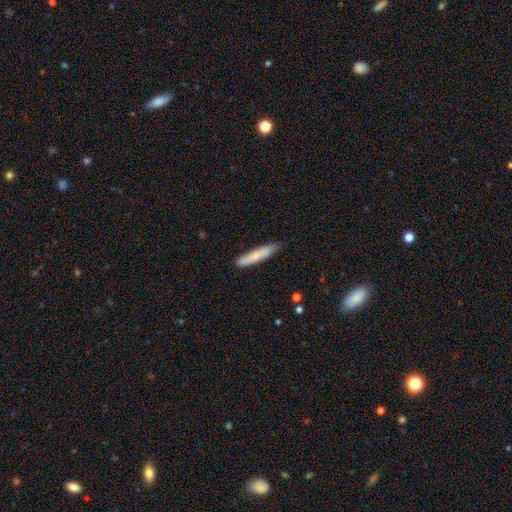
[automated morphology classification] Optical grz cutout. It shows a smooth galaxy with no disk features (71%) that is cigar-shaped (89%). Merging: none (82%).